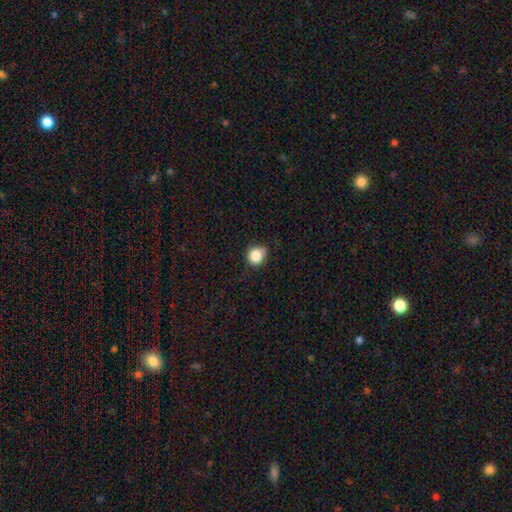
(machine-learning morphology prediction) Overall: smooth (84%). How rounded: round (86%). Merging: none (62%; minor disturbance 29%).